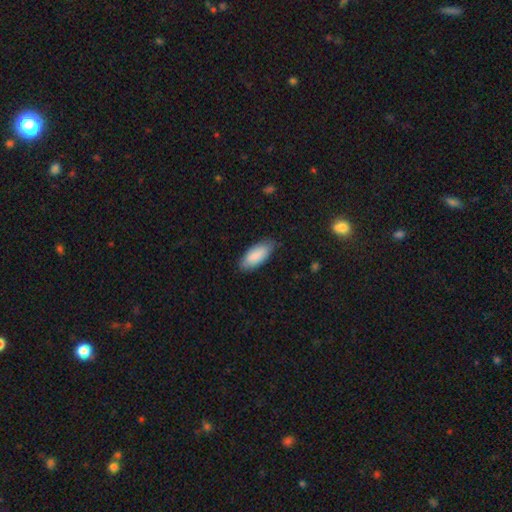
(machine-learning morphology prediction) A smooth galaxy with no disk features (88%) that is in between round and cigar-shaped (87%).

Vote fractions:
- Smooth or featured? smooth: 88% / featured or disk: 7% / star or artifact: 5%
- How rounded? in between: 87% / cigar-shaped: 11% / round: 2%
- Merging? none: 80% / minor disturbance: 16% / major disturbance: 3% / merger: 1%